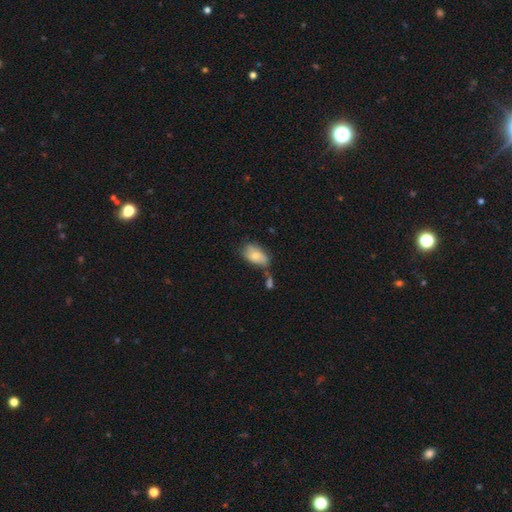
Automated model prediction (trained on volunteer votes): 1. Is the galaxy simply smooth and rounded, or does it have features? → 73% smooth, 19% featured or disk, 7% star or artifact.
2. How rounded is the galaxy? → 92% in between, 6% round, 2% cigar-shaped.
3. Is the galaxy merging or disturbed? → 39% none, 30% minor disturbance, 17% merger, 14% major disturbance.